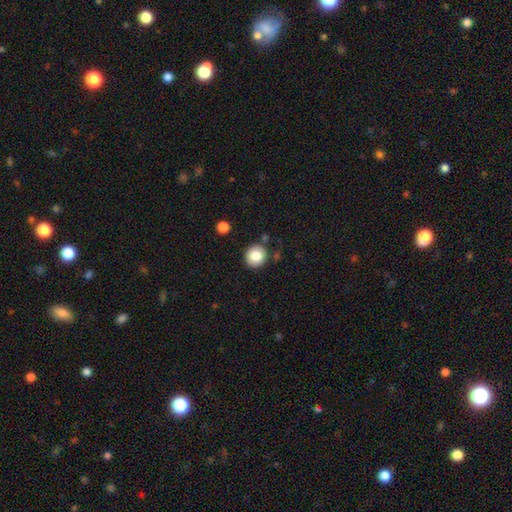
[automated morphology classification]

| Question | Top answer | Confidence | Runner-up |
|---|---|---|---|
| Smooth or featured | smooth | 84% | star or artifact (9%) |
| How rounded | round | 89% | in between (10%) |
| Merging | none | 83% | minor disturbance (10%) |